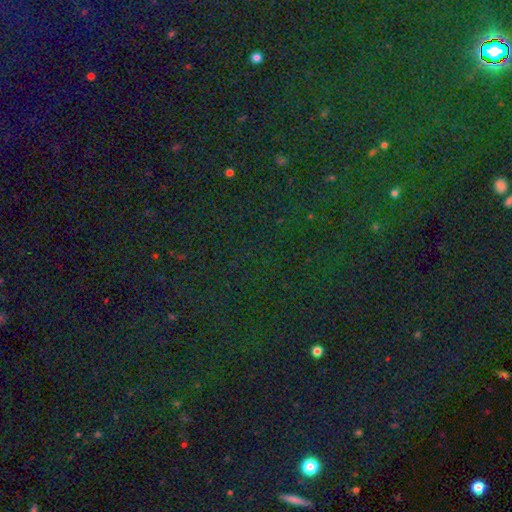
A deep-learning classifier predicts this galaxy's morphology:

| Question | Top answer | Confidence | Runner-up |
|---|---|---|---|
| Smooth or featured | star or artifact | 81% | smooth (11%) |